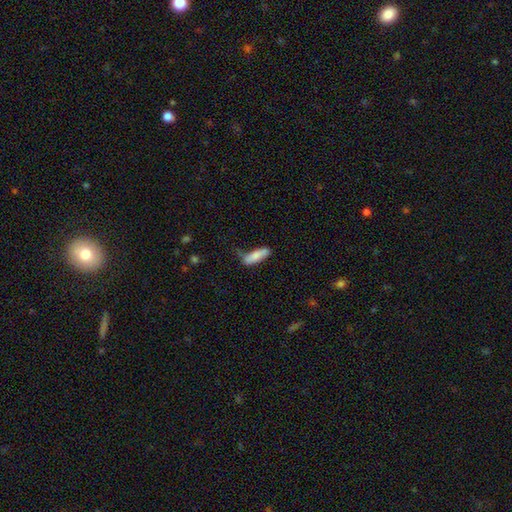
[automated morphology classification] smooth 82%, featured or disk 12%, star or artifact 6%. Down the decision tree: how rounded — in between (50%); merging — none (64%).